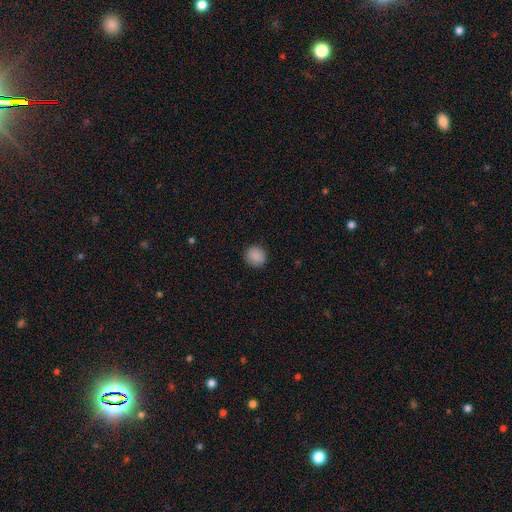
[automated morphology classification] smooth 88%, star or artifact 9%, featured or disk 3%. Down the decision tree: how rounded — round (89%); merging — none (90%).